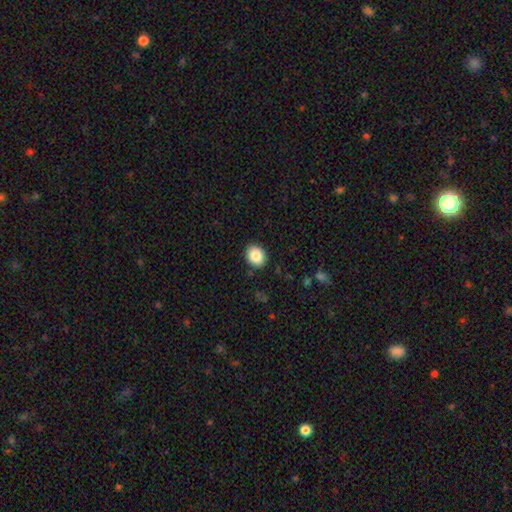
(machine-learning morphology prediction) Smooth or featured: smooth — 86% (star or artifact — 8%)
How rounded: round — 59% (in between — 40%)
Merging: none — 90% (minor disturbance — 7%)